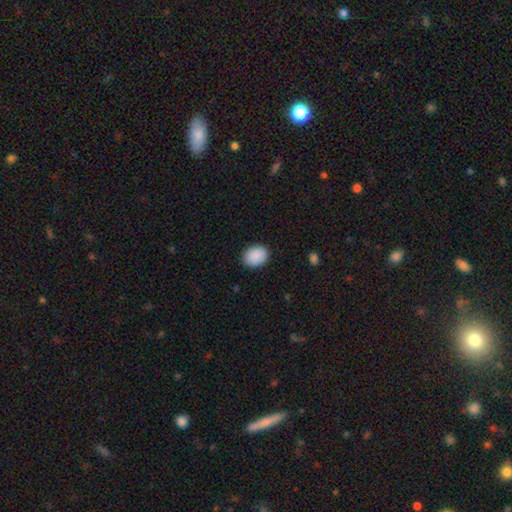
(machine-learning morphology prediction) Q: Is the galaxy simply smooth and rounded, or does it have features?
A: smooth — 90%.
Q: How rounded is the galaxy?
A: in between — 60%.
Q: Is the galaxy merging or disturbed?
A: none — 88%.